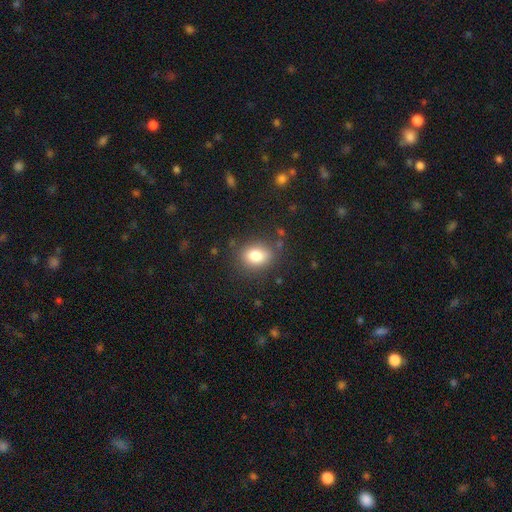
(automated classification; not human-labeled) This is clearly a smooth galaxy (82%). How rounded: possibly in between (57%). Merging: clearly none (81%).